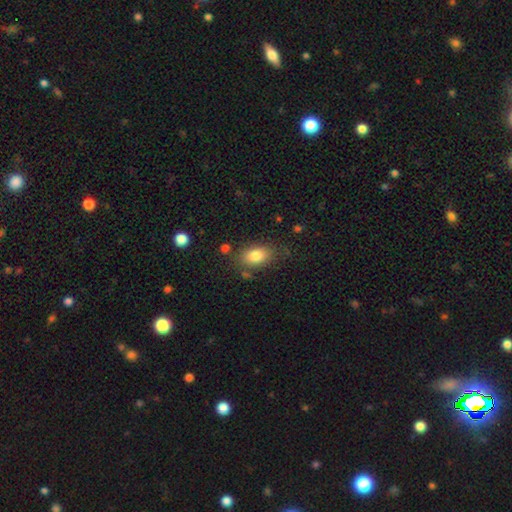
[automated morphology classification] The model was most divided on "merging": none: 77%, minor disturbance: 15%, major disturbance: 5%, merger: 4%. More confident: how rounded — in between (87%); smooth or featured — smooth (82%).